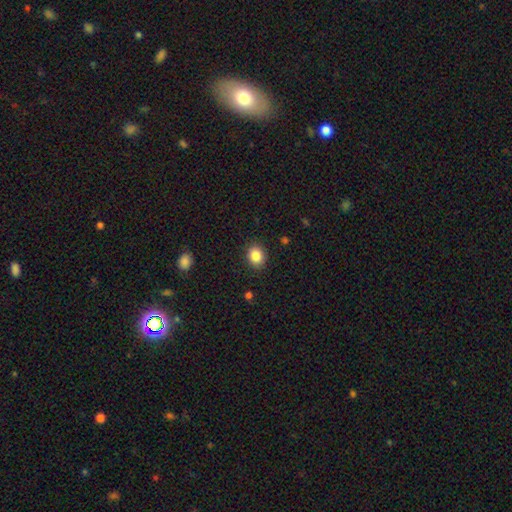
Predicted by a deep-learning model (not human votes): The model was most divided on "how rounded": round: 58%, in between: 41%, cigar-shaped: 1%. More confident: merging — none (89%); smooth or featured — smooth (85%).